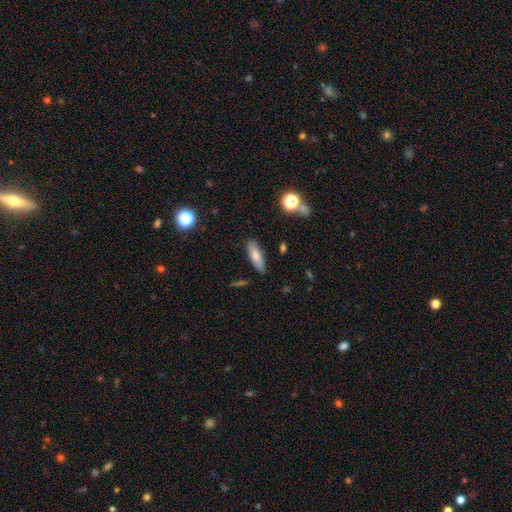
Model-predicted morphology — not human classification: Q: Smooth or featured?
A: smooth (76%); runner-up: featured or disk (16%)
Q: How rounded?
A: in between (55%); runner-up: cigar-shaped (43%)
Q: Merging?
A: none (84%); runner-up: minor disturbance (12%)